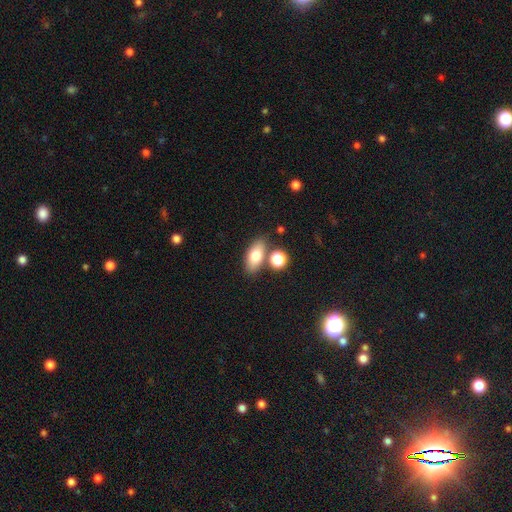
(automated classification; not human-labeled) Overall: smooth (75%). How rounded: in between (84%). Merging: none (73%).